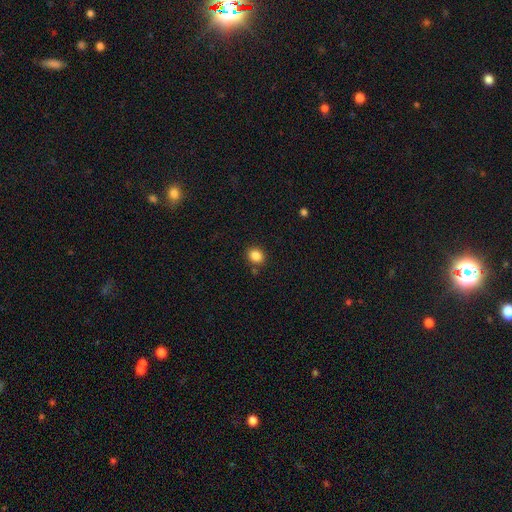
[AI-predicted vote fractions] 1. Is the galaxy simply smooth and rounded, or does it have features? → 85% smooth, 10% star or artifact, 4% featured or disk.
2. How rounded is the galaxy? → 67% round, 32% in between, 1% cigar-shaped.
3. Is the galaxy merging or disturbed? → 85% none, 9% minor disturbance, 4% merger, 3% major disturbance.